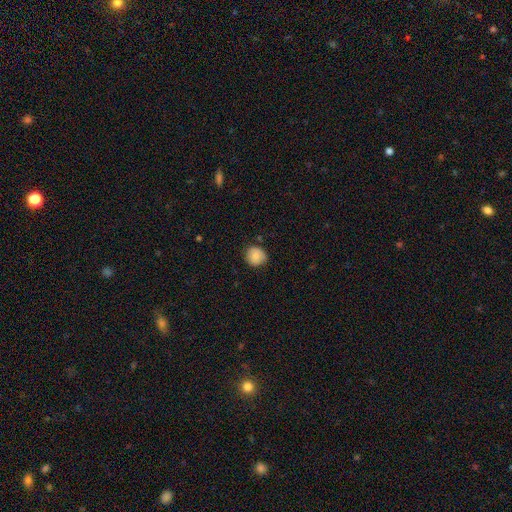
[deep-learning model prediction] Smooth or featured: smooth — 81% (featured or disk — 11%)
How rounded: round — 85% (in between — 14%)
Merging: none — 73% (minor disturbance — 21%)